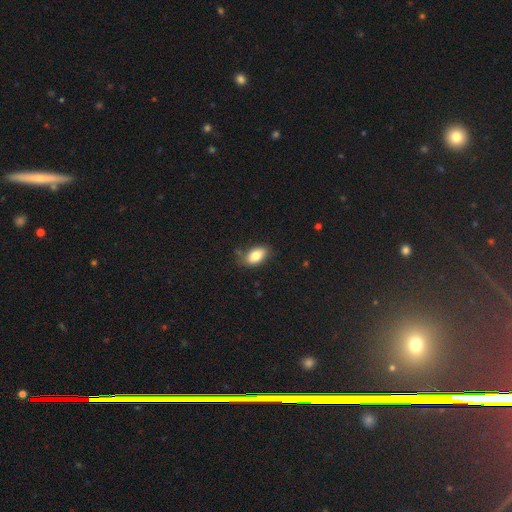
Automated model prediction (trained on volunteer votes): smooth_or_featured: smooth (p=0.82) [alt: featured or disk p=0.10]
how_rounded: in between (p=0.92) [alt: round p=0.06]
merging: none (p=0.78) [alt: minor disturbance p=0.16]